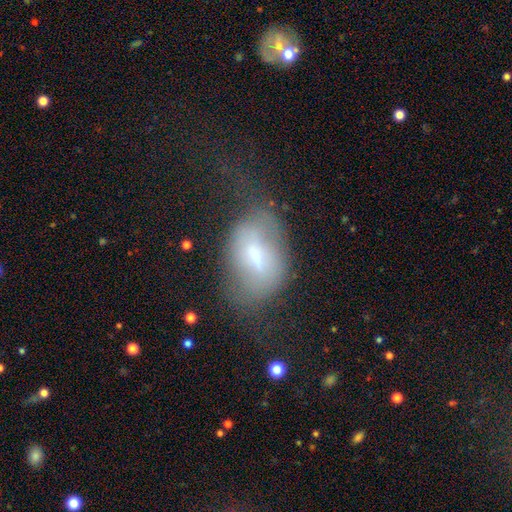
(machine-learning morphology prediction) smooth 50%, featured or disk 40%, star or artifact 10%. Down the decision tree: how rounded — in between (84%); merging — none (38%).